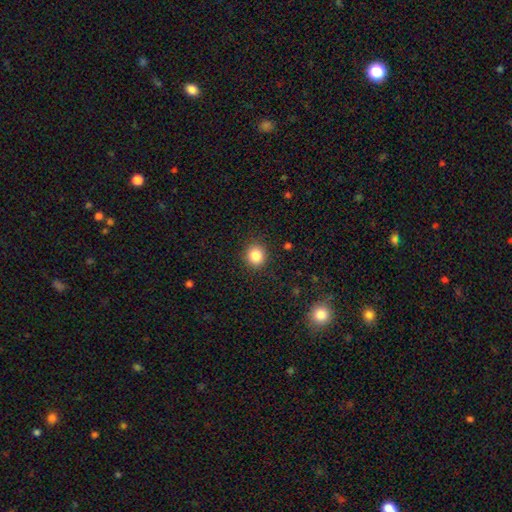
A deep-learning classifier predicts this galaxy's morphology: type=smooth (85%); roundness=round (82%); merging=none (89%).